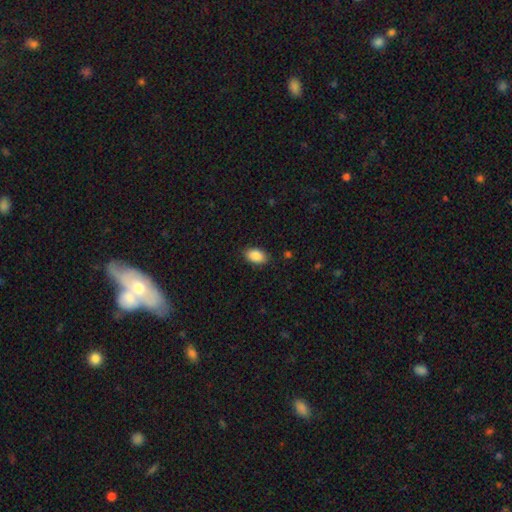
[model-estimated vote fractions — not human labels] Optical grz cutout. It shows a smooth galaxy with no disk features (89%) that is in between round and cigar-shaped (91%). Merging: none (87%).